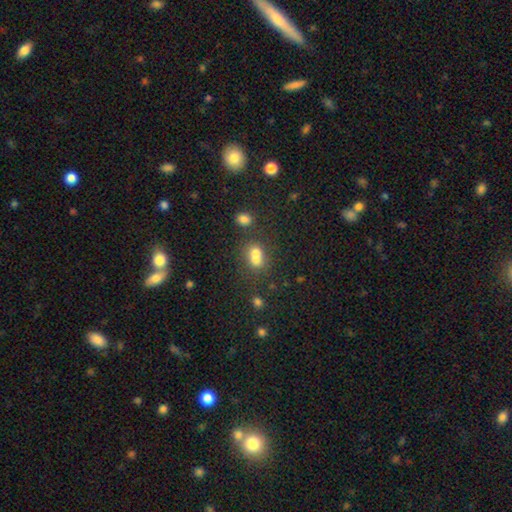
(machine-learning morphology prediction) Smooth or featured? Predicted: smooth (p=0.69). How rounded? Predicted: round (p=0.59). Merging? Predicted: merger (p=0.64).